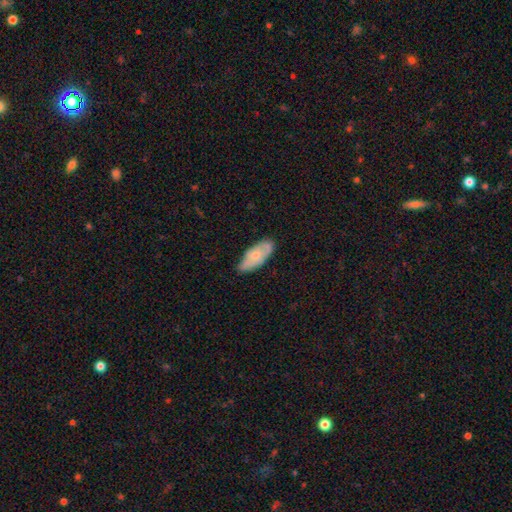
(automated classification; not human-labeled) This is likely a smooth galaxy (63%). How rounded: clearly in between (85%). Merging: likely none (69%).